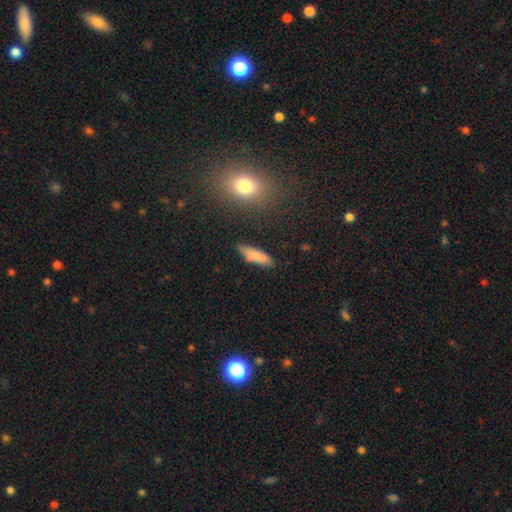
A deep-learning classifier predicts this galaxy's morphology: This is likely a smooth galaxy (79%). How rounded: possibly cigar-shaped (59%). Merging: likely none (77%).